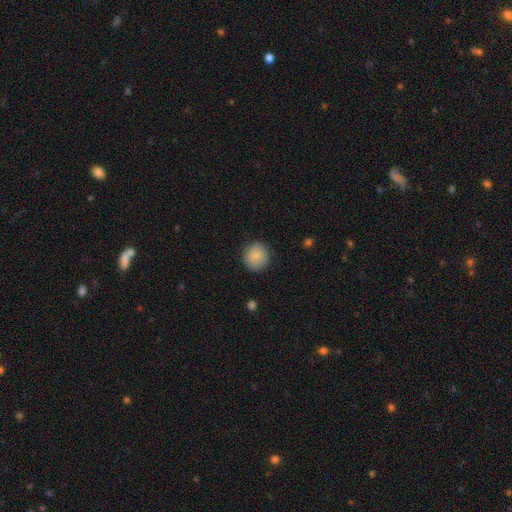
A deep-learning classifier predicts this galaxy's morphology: smooth 85%, star or artifact 8%, featured or disk 6%. Down the decision tree: how rounded — round (92%); merging — none (87%).